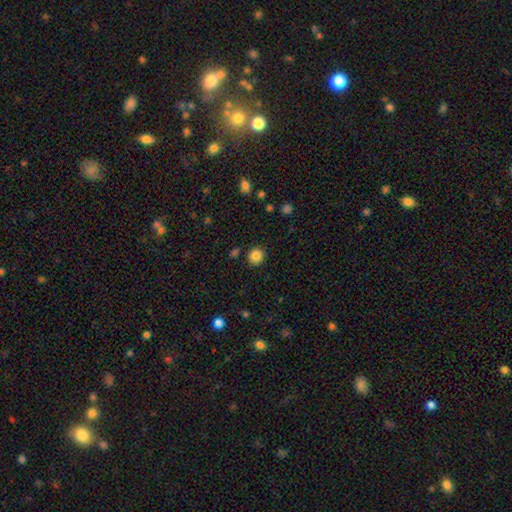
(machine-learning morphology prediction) A smooth galaxy with no disk features (84%) that is round (89%). Merging: none (88%).